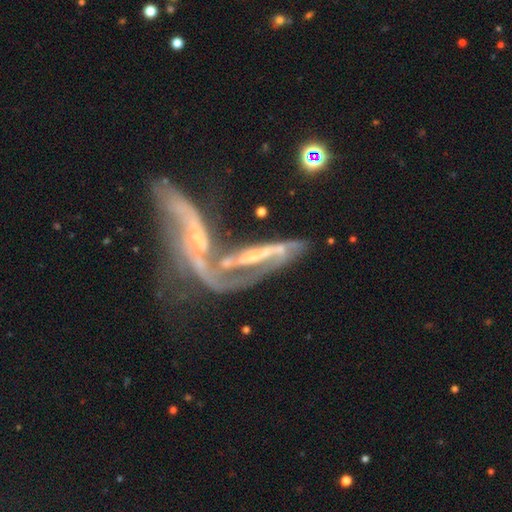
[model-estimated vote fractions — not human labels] Smooth or featured?
  - featured or disk: 75% *
  - smooth: 16%
  - star or artifact: 9%
Edge-on disk?
  - no: 72% *
  - yes: 28%
Bar?
  - no: 47% *
  - weak: 27%
  - strong: 27%
Spiral arms?
  - yes: 64% *
  - no: 36%
Bulge size?
  - small: 42% *
  - none: 32%
  - moderate: 21%
  - large: 4%
  - dominant: 2%
Merging?
  - merger: 67% *
  - major disturbance: 15%
  - none: 11%
  - minor disturbance: 7%